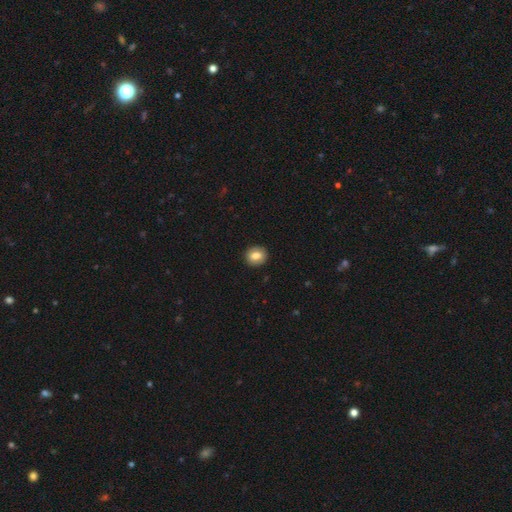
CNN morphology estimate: type=smooth (79%); roundness=round (66%); merging=none (89%).